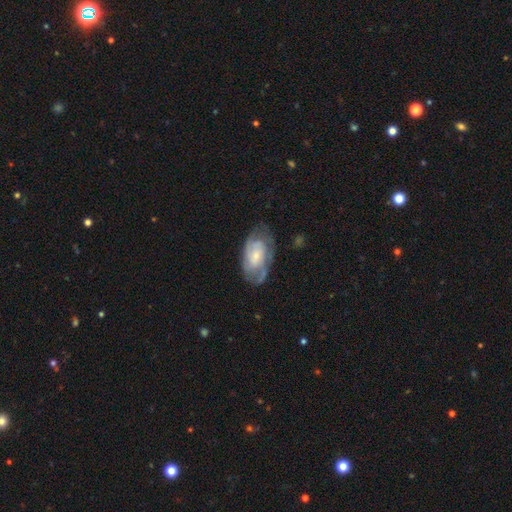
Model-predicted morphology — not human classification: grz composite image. It shows a featured or disk galaxy (64%) with no bar (67%), spiral arms (81%) and a small central bulge (55%). Merging: none (58%).